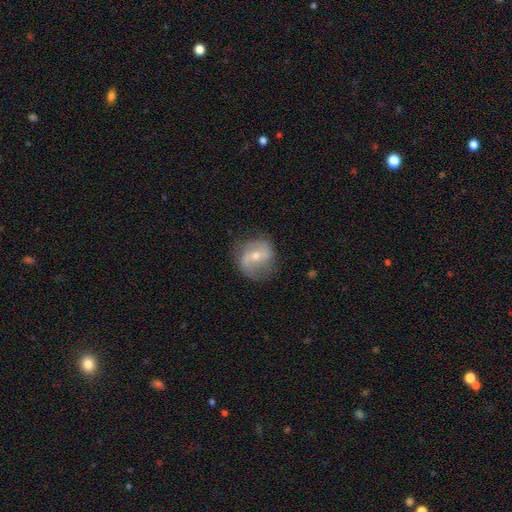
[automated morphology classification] Smooth or featured?
  - featured or disk: 65% *
  - smooth: 27%
  - star or artifact: 8%
Edge-on disk?
  - no: 96% *
  - yes: 4%
Bar?
  - weak: 43% *
  - no: 34%
  - strong: 23%
Spiral arms?
  - yes: 81% *
  - no: 19%
Spiral winding?
  - medium: 41% * (tied)
  - loose: 41% * (tied)
  - tight: 19%
Spiral arm count?
  - 2: 81% *
  - can't tell: 10%
  - 1: 5%
  - 3: 2%
  - 4: 1%
  - more than 4: 1%
Bulge size?
  - moderate: 55% *
  - small: 41%
  - large: 2%
  - none: 1%
  - dominant: 1%
Merging?
  - none: 71% *
  - minor disturbance: 19%
  - major disturbance: 8%
  - merger: 2%